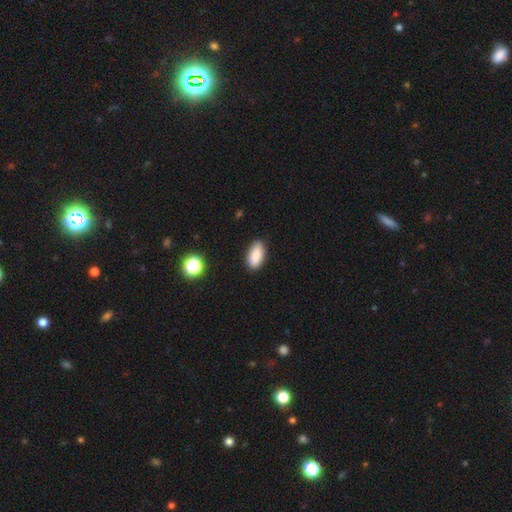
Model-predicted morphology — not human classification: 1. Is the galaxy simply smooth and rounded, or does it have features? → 88% smooth, 8% star or artifact, 5% featured or disk.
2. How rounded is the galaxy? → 92% in between, 5% cigar-shaped, 3% round.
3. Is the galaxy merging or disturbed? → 86% none, 11% minor disturbance, 2% major disturbance, 1% merger.